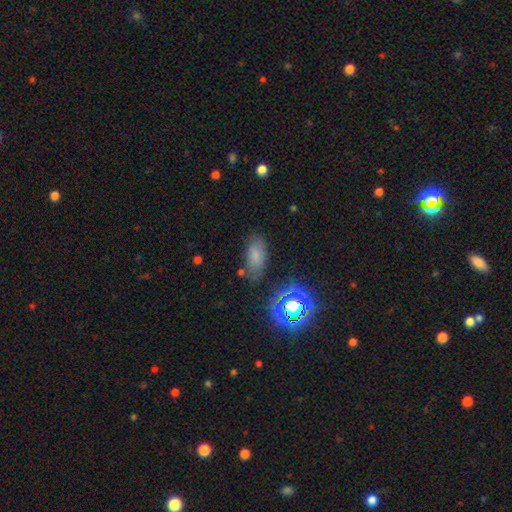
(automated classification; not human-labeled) Smooth or featured? Predicted: smooth (p=0.70). How rounded? Predicted: in between (p=0.87). Merging? Predicted: none (p=0.75).